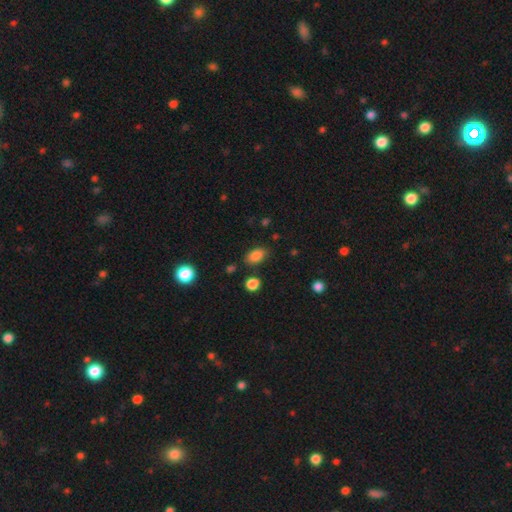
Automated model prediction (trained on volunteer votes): Q: Smooth or featured?
A: smooth (86%); runner-up: star or artifact (10%)
Q: How rounded?
A: in between (87%); runner-up: round (11%)
Q: Merging?
A: none (81%); runner-up: minor disturbance (13%)